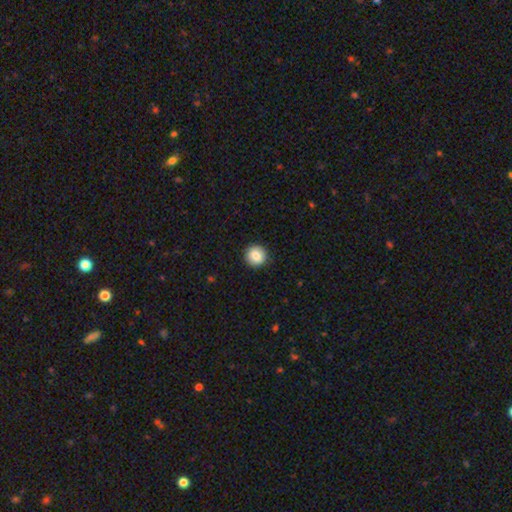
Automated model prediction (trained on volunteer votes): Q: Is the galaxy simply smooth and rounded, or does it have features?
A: smooth — 86%.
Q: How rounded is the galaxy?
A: round — 93%.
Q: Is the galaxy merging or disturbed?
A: none — 92%.